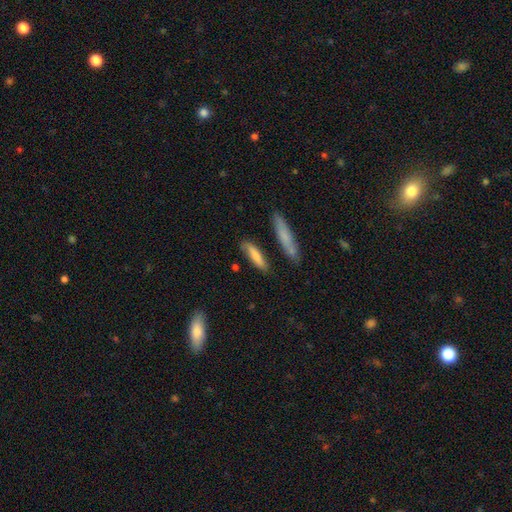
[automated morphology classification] Q: Smooth or featured?
A: smooth (76%); runner-up: featured or disk (18%)
Q: How rounded?
A: cigar-shaped (73%); runner-up: in between (25%)
Q: Merging?
A: none (74%); runner-up: minor disturbance (16%)